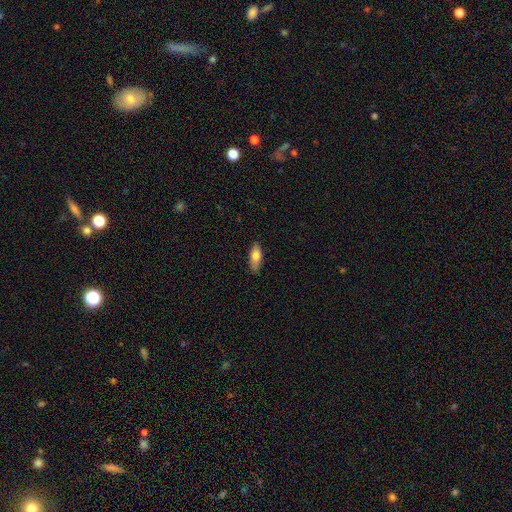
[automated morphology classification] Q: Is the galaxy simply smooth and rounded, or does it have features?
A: smooth — 78%.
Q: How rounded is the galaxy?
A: in between — 74%.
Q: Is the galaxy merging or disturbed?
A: none — 85%.